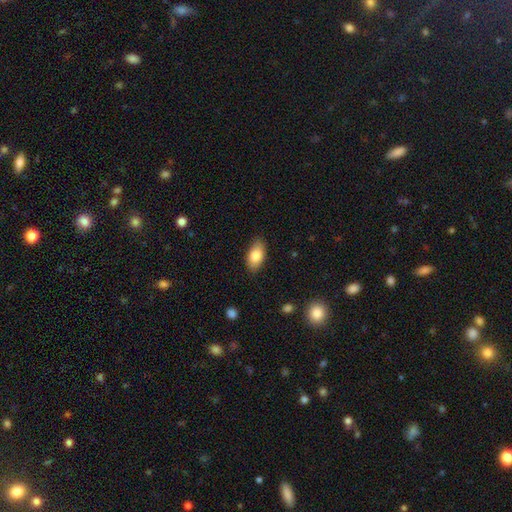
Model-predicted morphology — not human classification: This appears to be a smooth galaxy with no disk features (84%) that is in between round and cigar-shaped (92%). Merging: none (85%).